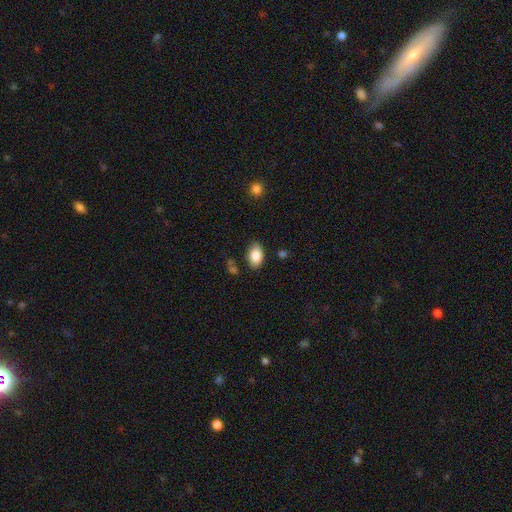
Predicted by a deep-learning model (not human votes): smooth 86%, star or artifact 7%, featured or disk 7%. Down the decision tree: how rounded — in between (90%); merging — none (79%).